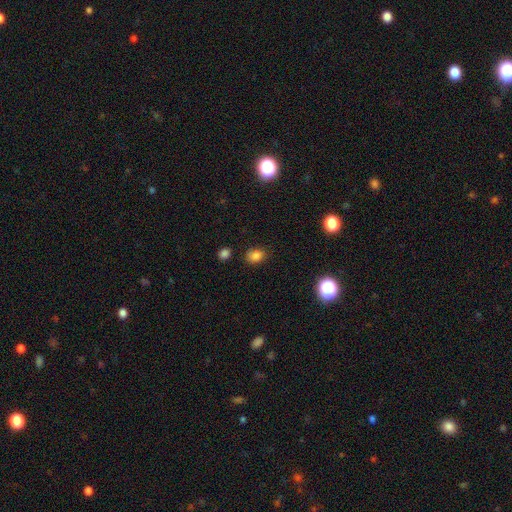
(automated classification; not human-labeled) This is clearly a smooth galaxy (81%). How rounded: possibly in between (57%). Merging: clearly none (82%).